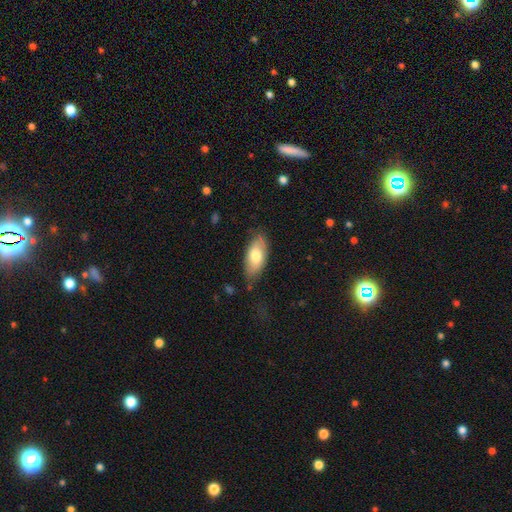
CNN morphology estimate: A smooth galaxy with no disk features (73%) that is in between round and cigar-shaped (89%). Merging: none (73%).